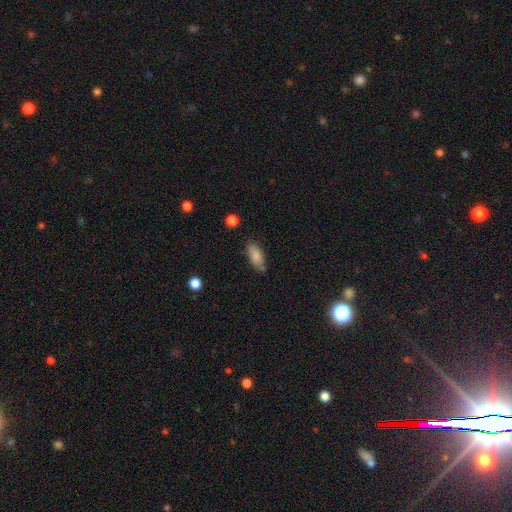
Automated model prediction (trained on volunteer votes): smooth 83%, featured or disk 10%, star or artifact 7%. Down the decision tree: how rounded — in between (83%); merging — none (72%).